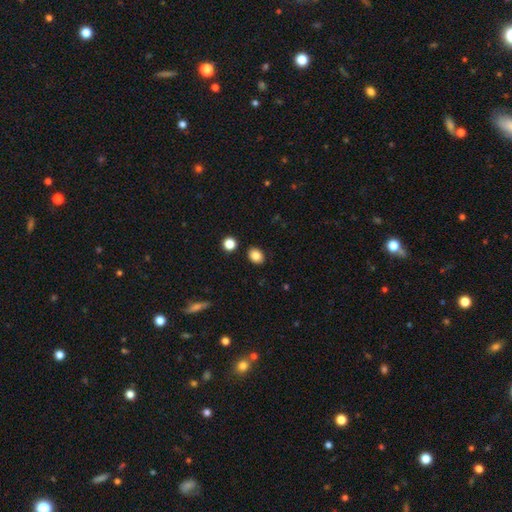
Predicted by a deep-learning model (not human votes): Smooth or featured? Predicted: smooth (p=0.84). How rounded? Predicted: in between (p=0.61). Merging? Predicted: none (p=0.87).